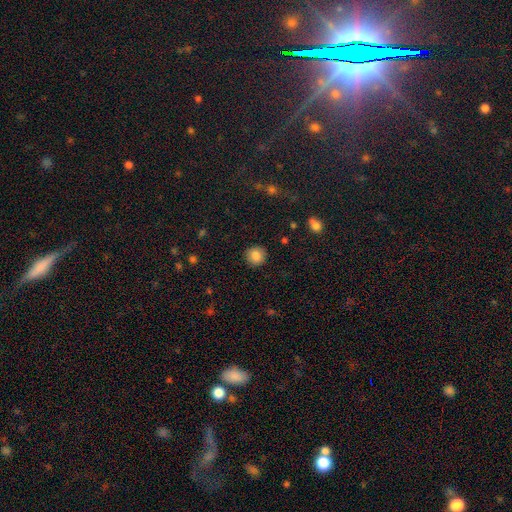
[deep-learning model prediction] This is clearly a smooth galaxy (84%). How rounded: clearly round (91%). Merging: clearly none (91%).